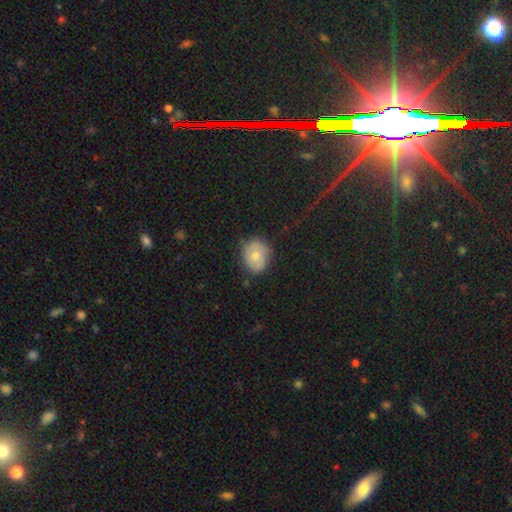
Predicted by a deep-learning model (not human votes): Smooth or featured? smooth (64%)
How rounded? round (62%)
Merging? none (71%)